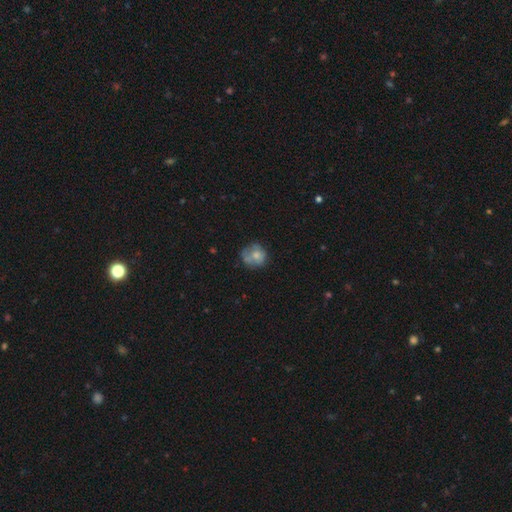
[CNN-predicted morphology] smooth-or-featured: smooth: 61% | featured or disk: 30% | star or artifact: 9%
  how-rounded: round: 74% | in between: 26% | cigar-shaped: 1%
  merging: none: 49% | minor disturbance: 28% | major disturbance: 16% | merger: 7%